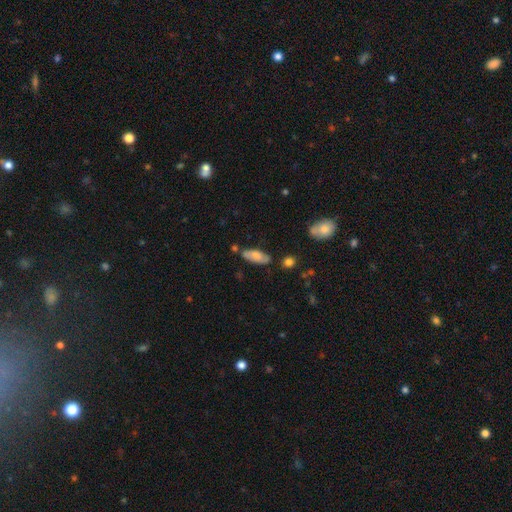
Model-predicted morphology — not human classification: The model was most divided on "smooth or featured": smooth: 71%, featured or disk: 22%, star or artifact: 7%. More confident: how rounded — in between (77%); merging — none (74%).